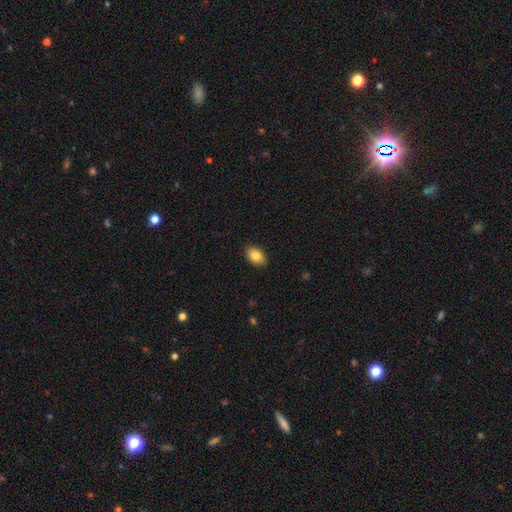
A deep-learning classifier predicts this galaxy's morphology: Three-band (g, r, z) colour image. It shows a smooth galaxy with no disk features (84%) that is in between round and cigar-shaped (87%). Merging: none (89%).